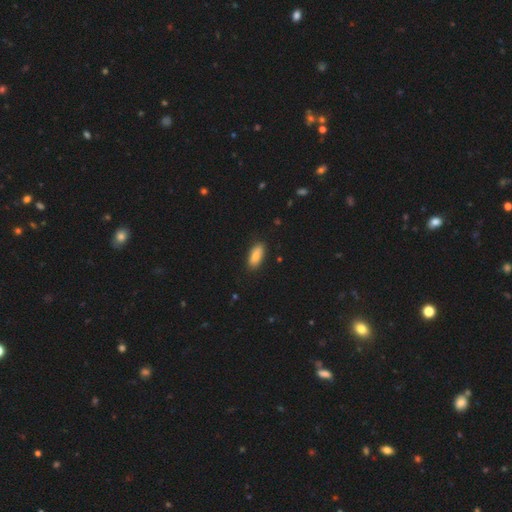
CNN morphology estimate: This appears to be a smooth galaxy with no disk features (81%) that is in between round and cigar-shaped (84%). Merging: none (85%).